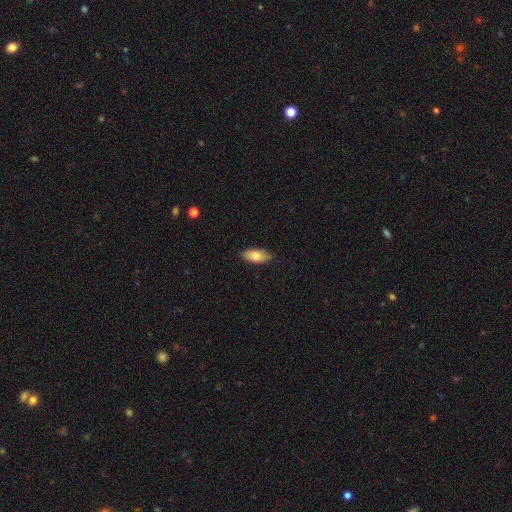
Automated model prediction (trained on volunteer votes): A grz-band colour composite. It shows a smooth galaxy with no disk features (79%) that is in between round and cigar-shaped (88%). Merging: none (86%).